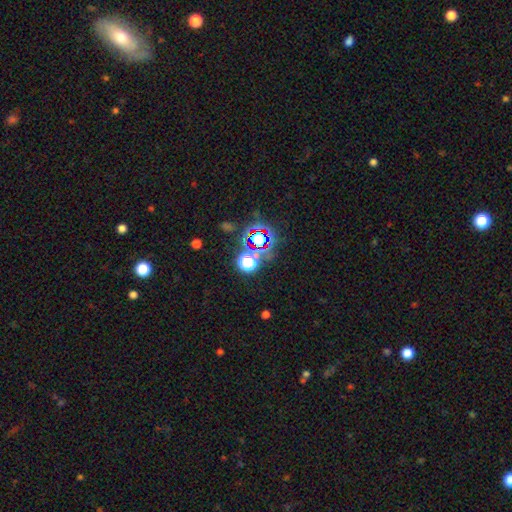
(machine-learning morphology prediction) star or artifact 74%, smooth 18%, featured or disk 8%.